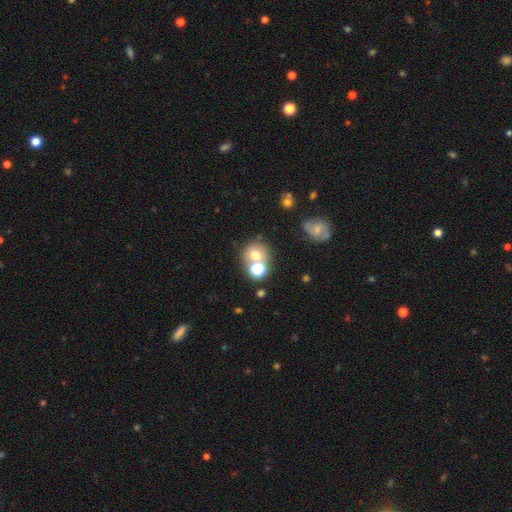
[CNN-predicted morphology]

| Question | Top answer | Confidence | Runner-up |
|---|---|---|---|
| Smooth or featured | smooth | 67% | featured or disk (17%) |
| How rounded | round | 79% | in between (20%) |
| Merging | none | 46% | merger (40%) |